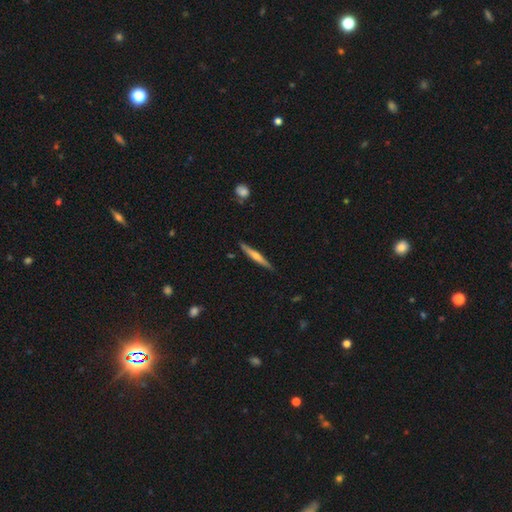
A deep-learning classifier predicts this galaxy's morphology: type=featured or disk (54%); edge-on=yes (97%); edge-on bulge=rounded (67%); merging=none (88%).